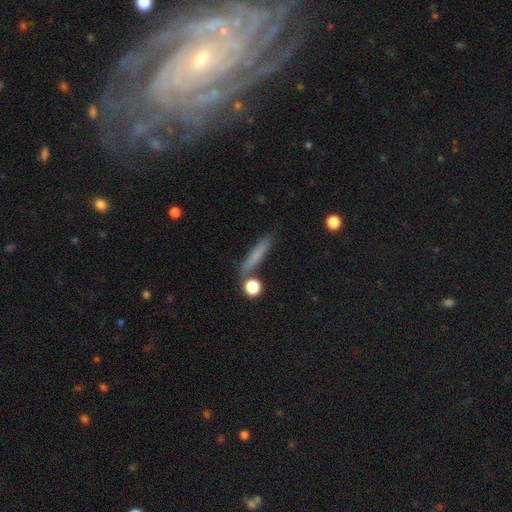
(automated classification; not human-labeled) A smooth galaxy with no disk features (70%) that is cigar-shaped (88%). Merging: none (76%).